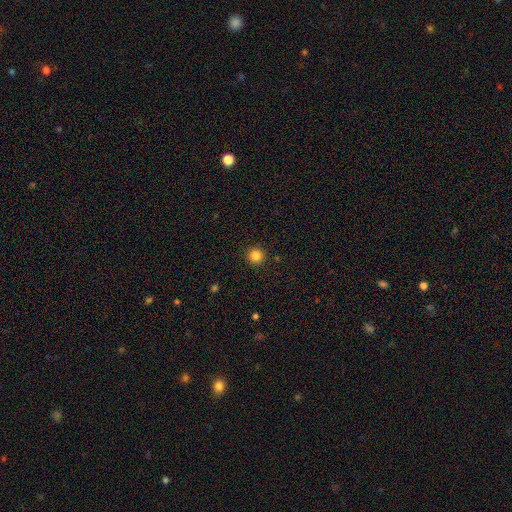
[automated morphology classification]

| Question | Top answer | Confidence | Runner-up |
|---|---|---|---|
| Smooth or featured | smooth | 84% | star or artifact (12%) |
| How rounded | round | 95% | in between (4%) |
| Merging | none | 93% | minor disturbance (5%) |